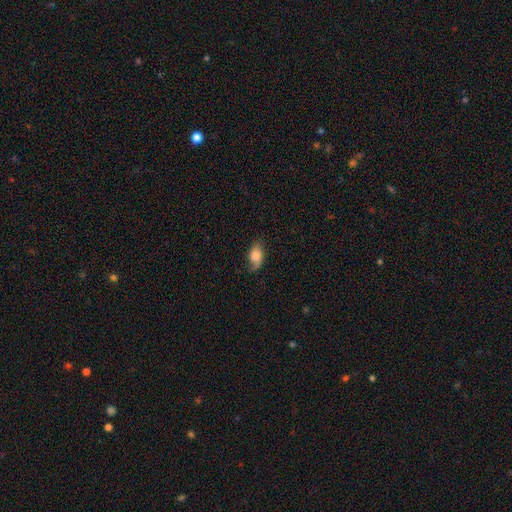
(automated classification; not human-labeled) smooth-or-featured: smooth: 58% | featured or disk: 34% | star or artifact: 8%
  how-rounded: in between: 87% | round: 9% | cigar-shaped: 4%
  merging: none: 62% | minor disturbance: 26% | major disturbance: 10% | merger: 1%